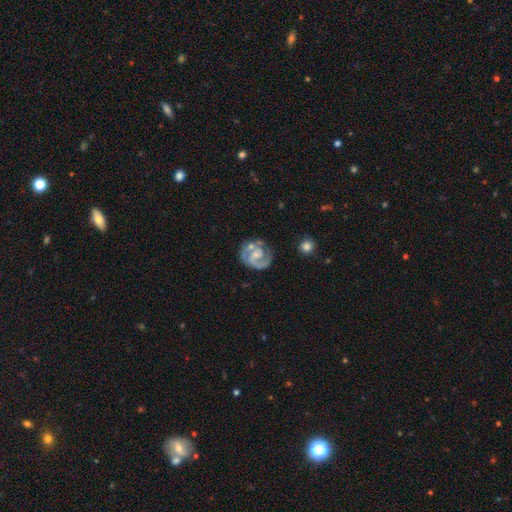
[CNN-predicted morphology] type=featured or disk (84%); edge-on=no (98%); bar=weak (45%); spiral arms=yes (94%); winding=tight (46%); arm count=2 (76%); bulge=small (47%); merging=none (66%).